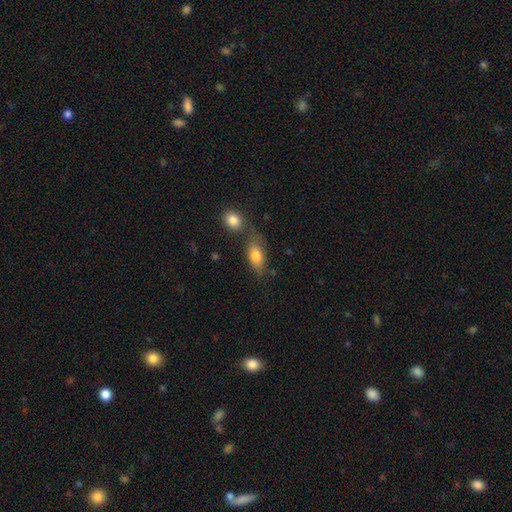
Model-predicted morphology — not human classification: Overall: smooth (79%). How rounded: in between (84%). Merging: none (48%; merger 29%).